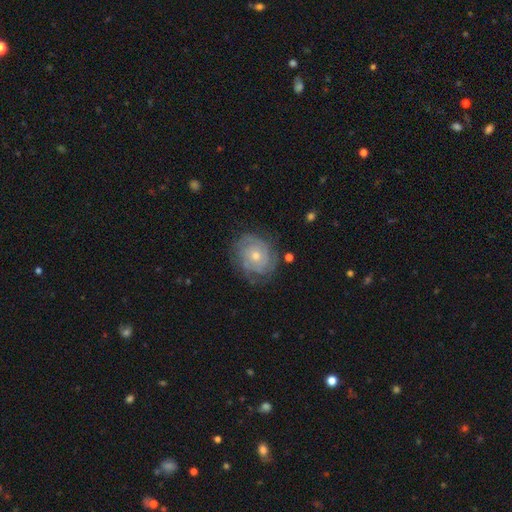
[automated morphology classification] smooth_or_featured: featured or disk (p=0.78) [alt: smooth p=0.15]
disk_edge_on: no (p=0.97) [alt: yes p=0.03]
bar: no (p=0.82) [alt: weak p=0.15]
has_spiral_arms: yes (p=0.92) [alt: no p=0.08]
spiral_winding: tight (p=0.75) [alt: medium p=0.20]
spiral_arm_count: can't tell (p=0.38) [alt: 2 p=0.21]
bulge_size: small (p=0.52) [alt: moderate p=0.45]
merging: none (p=0.77) [alt: minor disturbance p=0.16]